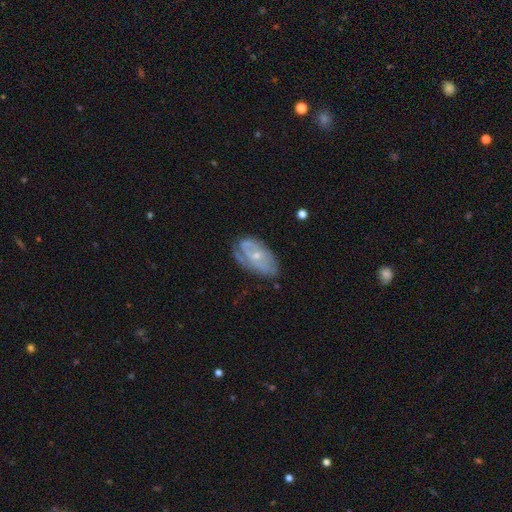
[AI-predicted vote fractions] A featured or disk galaxy (65%) with no bar (71%), spiral arms (66%) and a small central bulge (67%). Merging: none (54%).